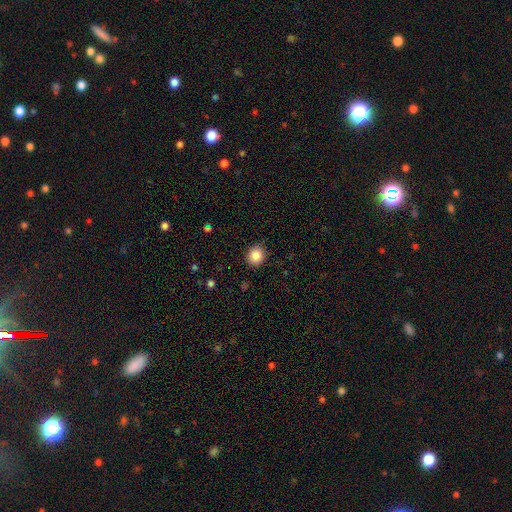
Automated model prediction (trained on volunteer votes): Smooth or featured? smooth (86%)
How rounded? round (77%)
Merging? none (90%)